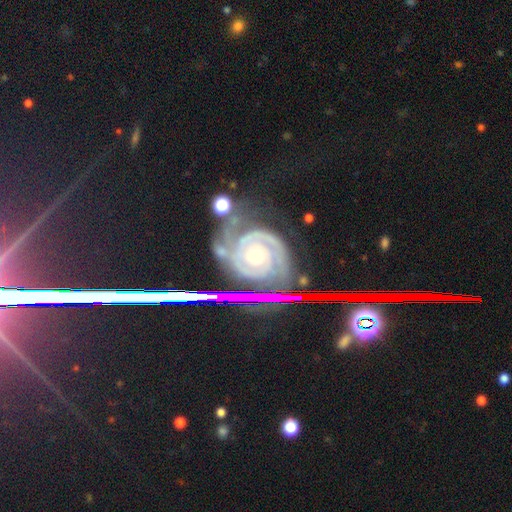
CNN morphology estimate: The model was most divided on "bulge size": small: 53%, moderate: 42%, large: 3%, none: 1%, dominant: 1%. More confident: spiral arms — yes (98%); edge-on disk — no (97%); smooth or featured — featured or disk (88%); spiral winding — tight (76%); bar — no (75%); spiral arm count — 2 (60%); merging — none (58%).